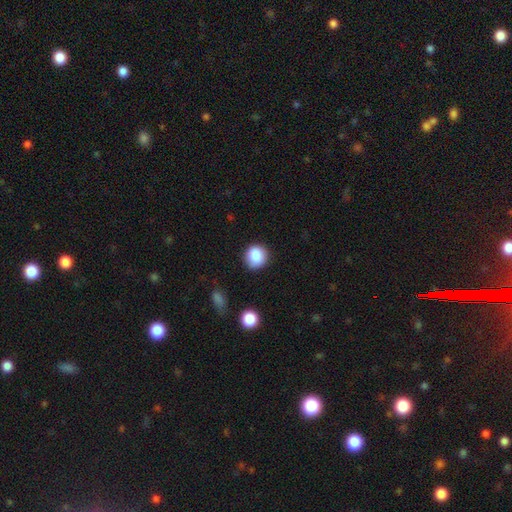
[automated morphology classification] type=smooth (85%); roundness=round (87%); merging=none (87%).